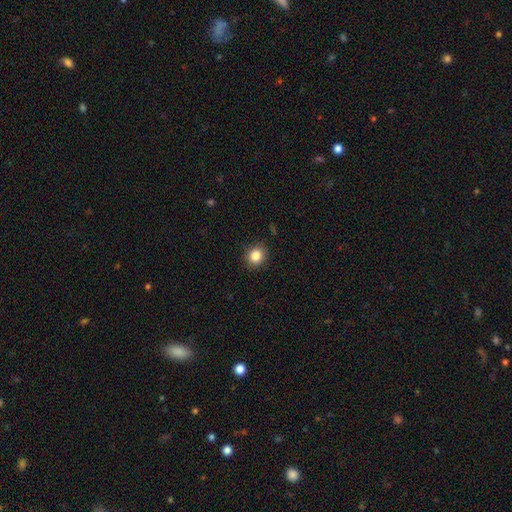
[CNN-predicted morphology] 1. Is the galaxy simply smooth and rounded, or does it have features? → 85% smooth, 10% star or artifact, 5% featured or disk.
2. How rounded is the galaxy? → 81% round, 18% in between, 1% cigar-shaped.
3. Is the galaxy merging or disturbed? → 90% none, 7% minor disturbance, 2% major disturbance, 1% merger.